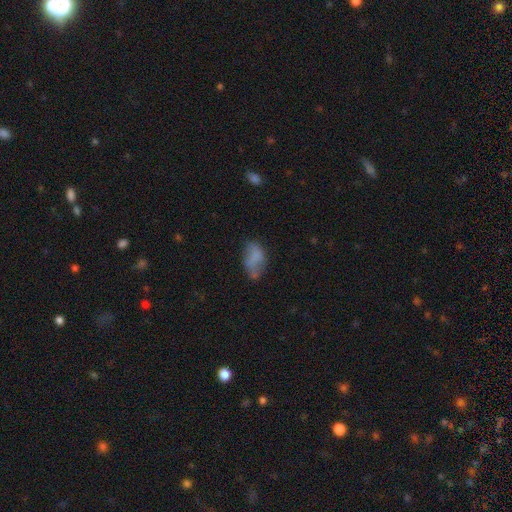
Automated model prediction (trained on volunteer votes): The model was most divided on "merging": none: 45%, minor disturbance: 29%, major disturbance: 16%, merger: 9%. More confident: how rounded — in between (91%); smooth or featured — smooth (68%).